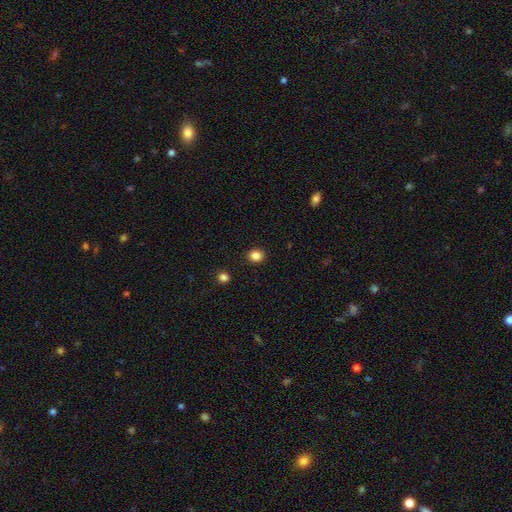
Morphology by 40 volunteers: type=smooth (82%); roundness=round (67%); merging=none (83%).